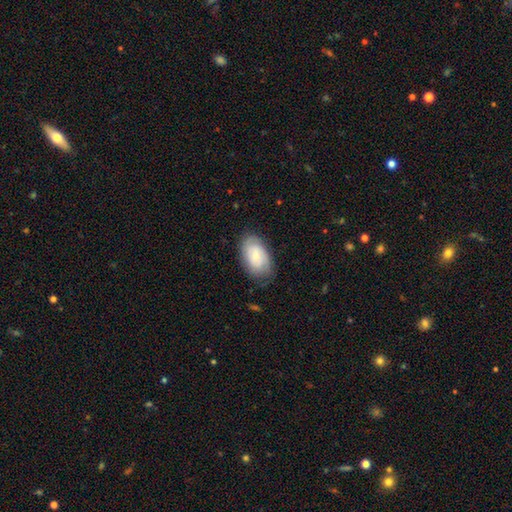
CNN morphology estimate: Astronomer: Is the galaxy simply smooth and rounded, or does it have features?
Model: smooth — 62%.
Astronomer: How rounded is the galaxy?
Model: in between — 93%.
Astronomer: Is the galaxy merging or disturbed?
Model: none — 73%.